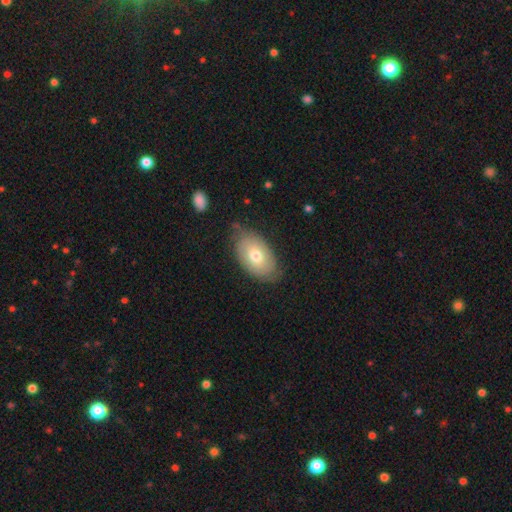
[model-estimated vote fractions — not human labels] This is likely a smooth galaxy (65%). How rounded: clearly in between (91%). Merging: likely none (71%).